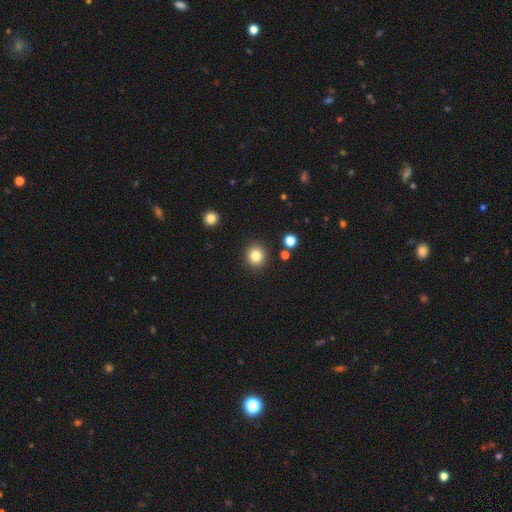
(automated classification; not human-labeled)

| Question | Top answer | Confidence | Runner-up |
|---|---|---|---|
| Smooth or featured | smooth | 82% | star or artifact (12%) |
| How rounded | round | 91% | in between (8%) |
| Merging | none | 89% | minor disturbance (6%) |